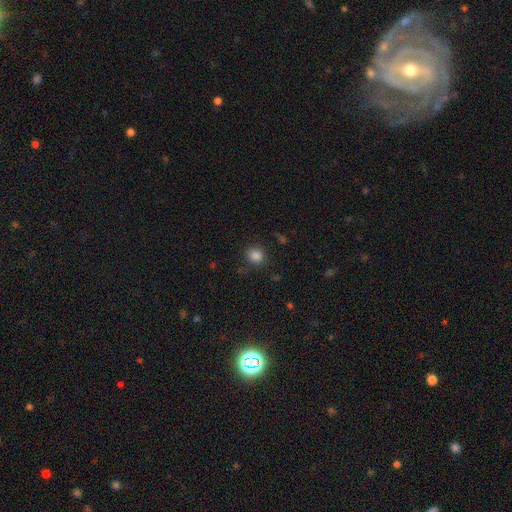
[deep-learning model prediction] Smooth or featured?
  - smooth: 84% *
  - star or artifact: 12%
  - featured or disk: 4%
How rounded?
  - round: 79% *
  - in between: 20%
  - cigar-shaped: 1%
Merging?
  - none: 83% *
  - minor disturbance: 11%
  - major disturbance: 4%
  - merger: 2%